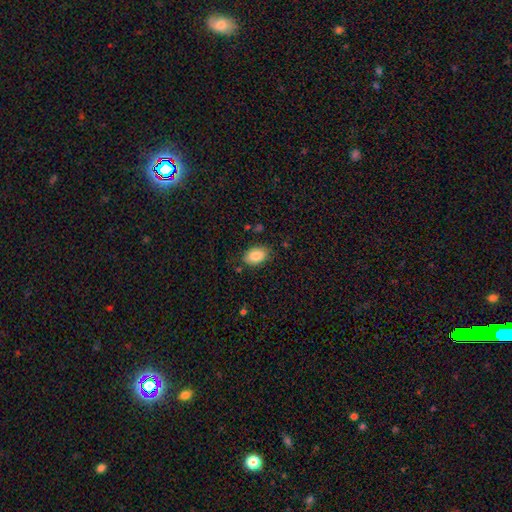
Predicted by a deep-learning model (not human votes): This appears to be a smooth galaxy with no disk features (86%) that is in between round and cigar-shaped (88%). Merging: none (82%).